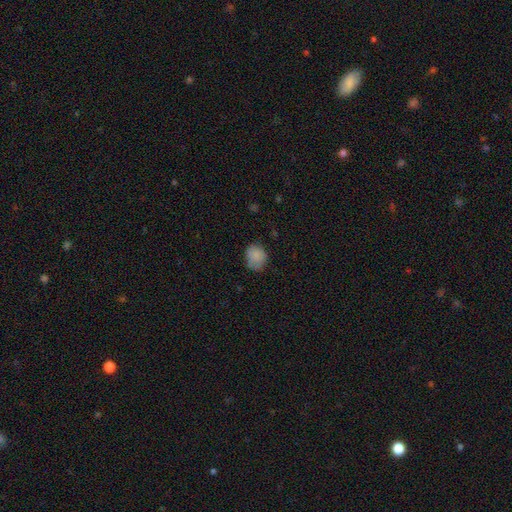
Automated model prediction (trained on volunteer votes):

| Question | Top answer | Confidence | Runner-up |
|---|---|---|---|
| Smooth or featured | smooth | 84% | star or artifact (9%) |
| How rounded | round | 62% | in between (37%) |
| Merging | none | 65% | minor disturbance (27%) |